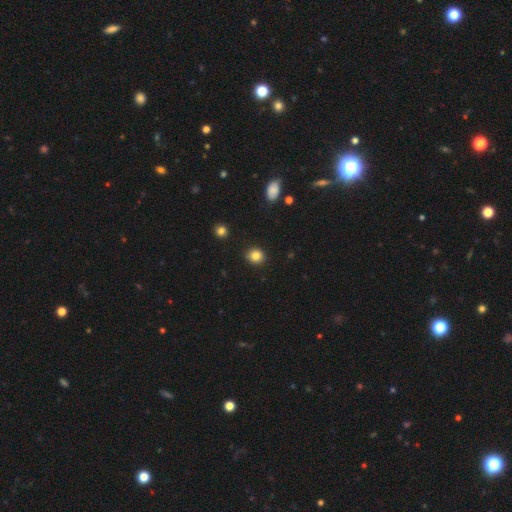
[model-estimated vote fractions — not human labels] Q: Smooth or featured?
A: smooth (84%); runner-up: star or artifact (11%)
Q: How rounded?
A: round (78%); runner-up: in between (21%)
Q: Merging?
A: none (90%); runner-up: minor disturbance (7%)